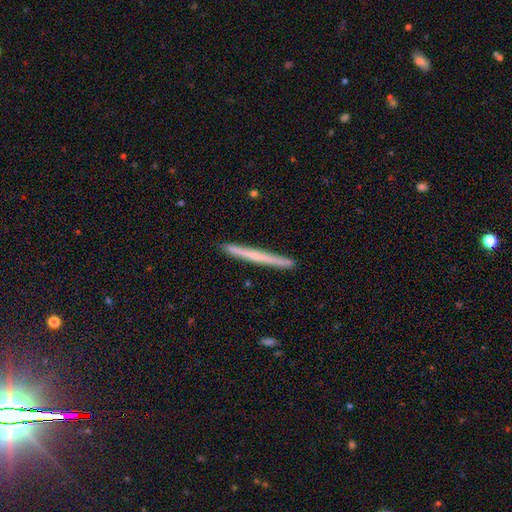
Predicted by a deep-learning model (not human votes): Smooth or featured? smooth (51%)
How rounded? cigar-shaped (97%)
Merging? none (92%)